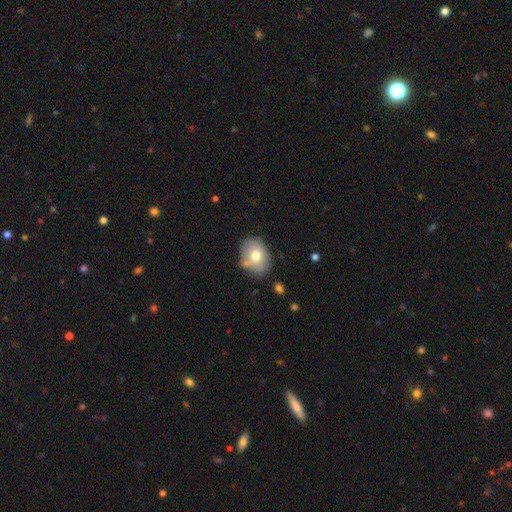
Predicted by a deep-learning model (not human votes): smooth-or-featured: smooth: 70% | featured or disk: 22% | star or artifact: 8%
  how-rounded: in between: 58% | round: 41% | cigar-shaped: 1%
  merging: none: 64% | minor disturbance: 21% | merger: 10% | major disturbance: 5%